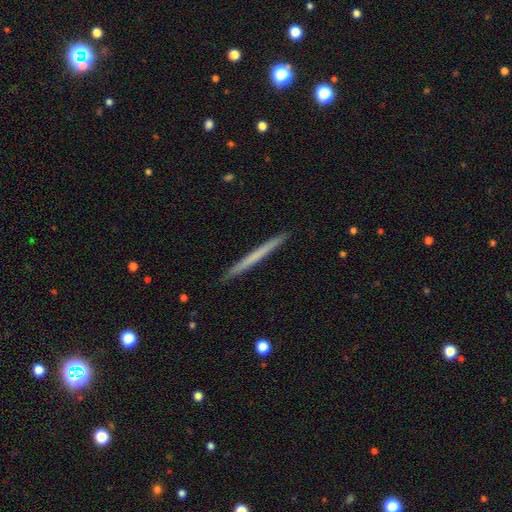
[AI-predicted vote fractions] A smooth galaxy with no disk features (54%) that is cigar-shaped (98%). Merging: none (92%).